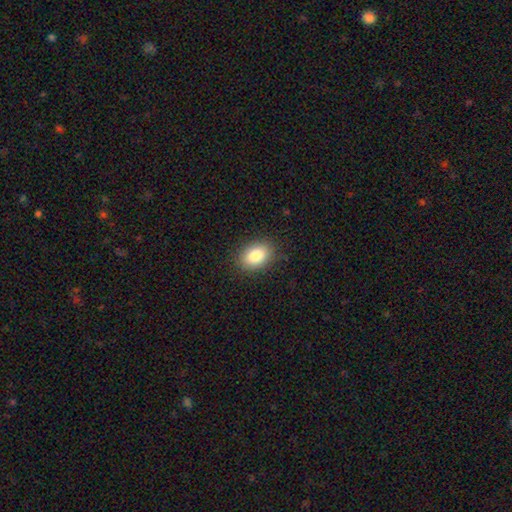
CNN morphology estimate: Smooth or featured? smooth (83%)
How rounded? in between (79%)
Merging? none (87%)